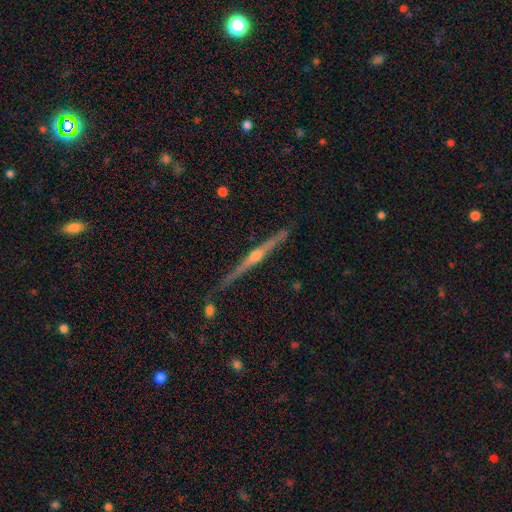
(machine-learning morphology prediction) Smooth or featured?
  - featured or disk: 85% *
  - smooth: 9%
  - star or artifact: 7%
Edge-on disk?
  - yes: 98% *
  - no: 2%
Edge-on bulge?
  - rounded: 89% *
  - none: 7%
  - boxy: 4%
Merging?
  - none: 87% *
  - minor disturbance: 9%
  - merger: 2%
  - major disturbance: 2%